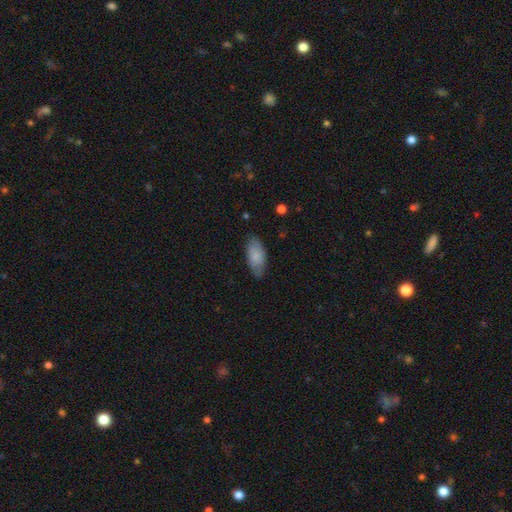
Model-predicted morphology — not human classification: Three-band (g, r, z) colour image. It shows a smooth galaxy with no disk features (80%) that is in between round and cigar-shaped (91%). Merging: none (75%).